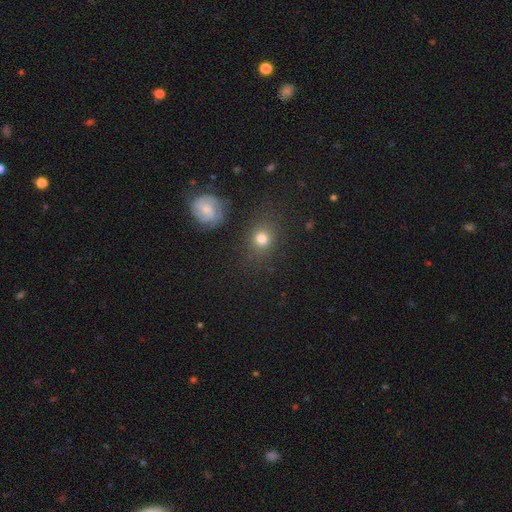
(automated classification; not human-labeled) This is possibly a smooth galaxy (56%). How rounded: likely round (74%). Merging: clearly none (82%).